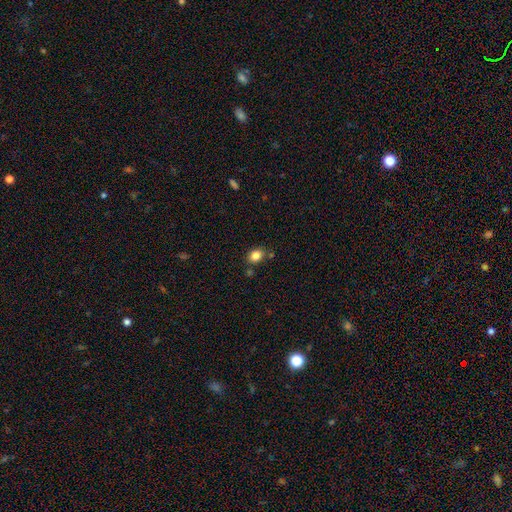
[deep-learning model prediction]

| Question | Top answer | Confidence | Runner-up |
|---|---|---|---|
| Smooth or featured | smooth | 84% | star or artifact (10%) |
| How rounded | in between | 57% | round (42%) |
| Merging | none | 77% | minor disturbance (13%) |